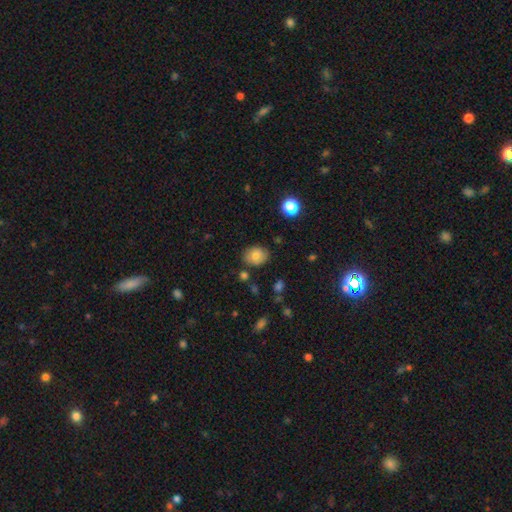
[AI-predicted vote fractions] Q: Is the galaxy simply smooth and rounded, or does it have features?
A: smooth — 79%.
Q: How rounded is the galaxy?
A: round — 52%.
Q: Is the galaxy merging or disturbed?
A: none — 82%.